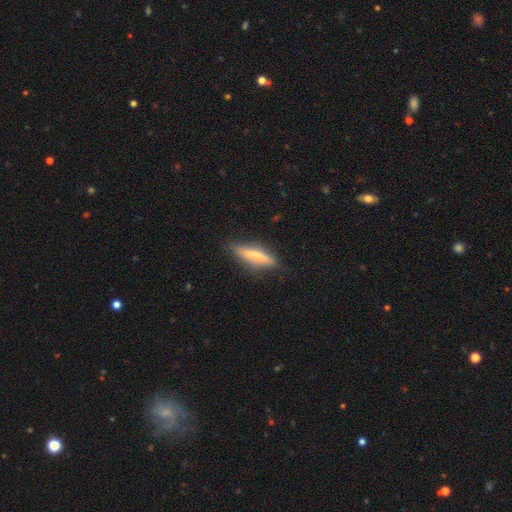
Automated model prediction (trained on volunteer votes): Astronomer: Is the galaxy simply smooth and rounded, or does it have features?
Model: smooth — 49% (runner-up: featured or disk, 44%).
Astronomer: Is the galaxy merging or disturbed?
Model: none — 84%.